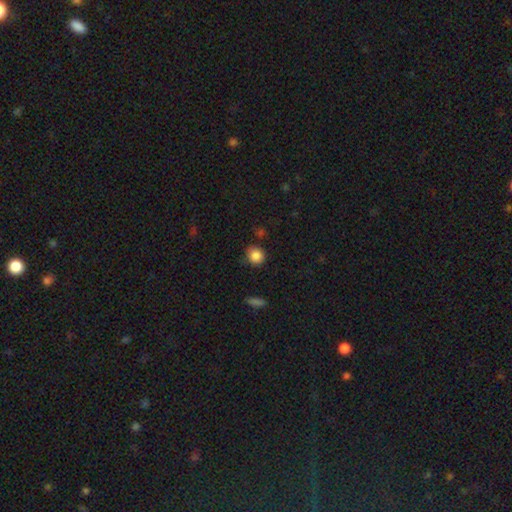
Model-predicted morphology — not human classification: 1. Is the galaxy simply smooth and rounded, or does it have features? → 86% smooth, 10% star or artifact, 4% featured or disk.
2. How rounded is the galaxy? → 87% round, 12% in between, 1% cigar-shaped.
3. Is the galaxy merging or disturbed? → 80% none, 14% minor disturbance, 3% major disturbance, 3% merger.